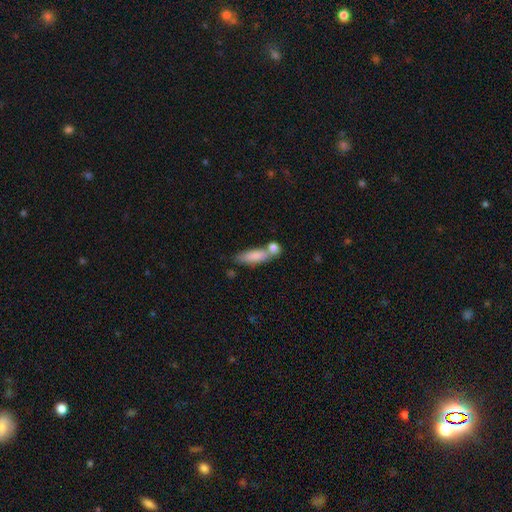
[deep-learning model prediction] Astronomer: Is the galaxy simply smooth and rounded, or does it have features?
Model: smooth — 81%.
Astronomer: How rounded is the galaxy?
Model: in between — 49% (runner-up: cigar-shaped, 47%).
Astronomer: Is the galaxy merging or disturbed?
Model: none — 45% (runner-up: merger, 36%).